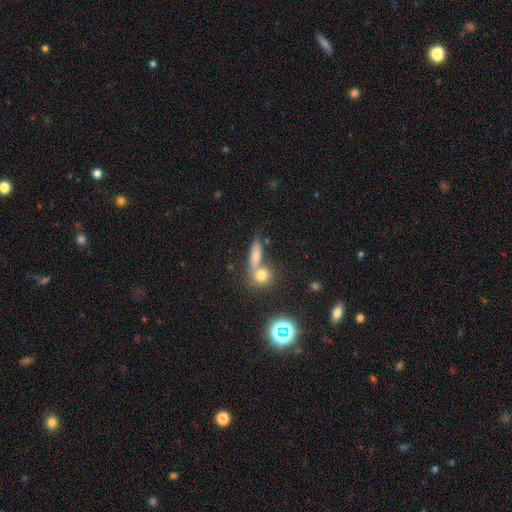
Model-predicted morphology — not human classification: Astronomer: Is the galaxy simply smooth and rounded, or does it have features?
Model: smooth — 70%.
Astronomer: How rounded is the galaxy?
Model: cigar-shaped — 44% (runner-up: in between, 35%).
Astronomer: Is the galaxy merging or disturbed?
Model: none — 52% (runner-up: merger, 33%).